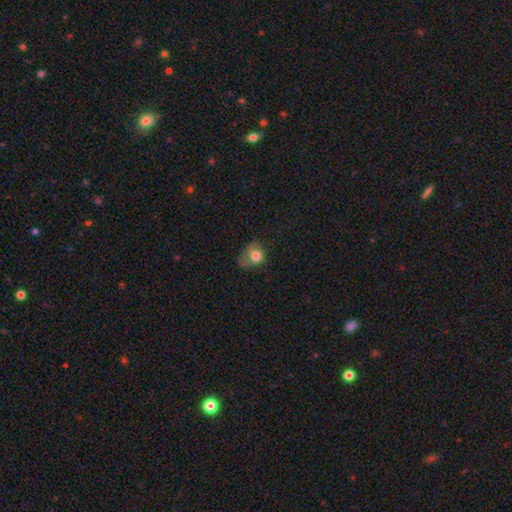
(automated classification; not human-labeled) A smooth galaxy with no disk features (75%) that is round (53%).

Vote fractions:
- Smooth or featured? smooth: 75% / featured or disk: 14% / star or artifact: 11%
- How rounded? round: 53% / in between: 46% / cigar-shaped: 1%
- Merging? major disturbance: 39% / minor disturbance: 31% / none: 26% / merger: 5%